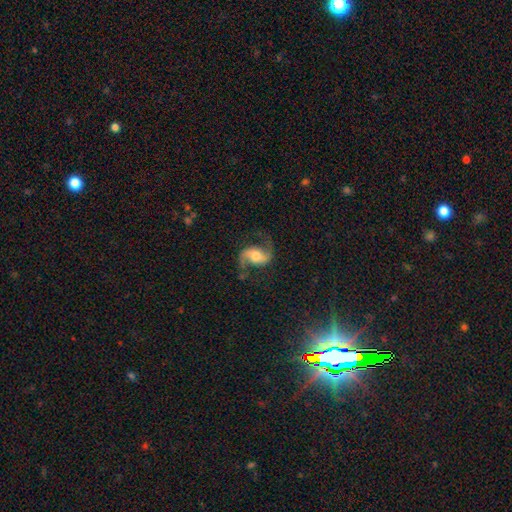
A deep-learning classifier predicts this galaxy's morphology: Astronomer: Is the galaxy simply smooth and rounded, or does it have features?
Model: featured or disk — 86%.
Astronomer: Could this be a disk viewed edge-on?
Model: no — 97%.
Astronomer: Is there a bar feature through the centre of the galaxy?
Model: no — 45% (runner-up: weak, 38%).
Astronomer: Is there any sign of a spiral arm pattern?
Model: yes — 97%.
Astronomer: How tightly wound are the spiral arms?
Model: loose — 59% (runner-up: medium, 35%).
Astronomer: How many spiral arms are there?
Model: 2 — 93%.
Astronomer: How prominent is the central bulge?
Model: moderate — 53%.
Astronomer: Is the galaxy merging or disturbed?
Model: none — 75%.